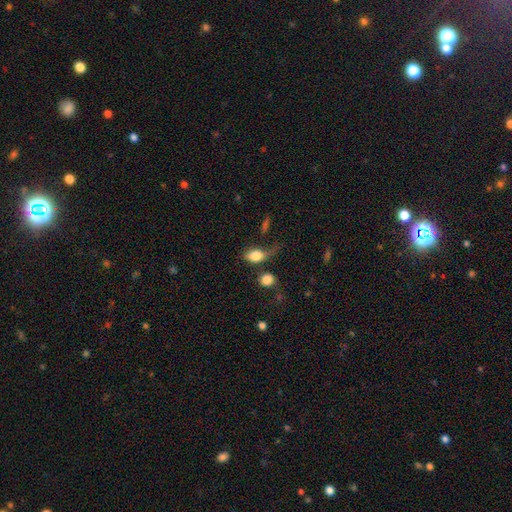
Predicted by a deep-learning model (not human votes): smooth-or-featured: smooth: 81% | featured or disk: 10% | star or artifact: 8%
  how-rounded: in between: 80% | round: 17% | cigar-shaped: 3%
  merging: none: 39% | minor disturbance: 26% | major disturbance: 22% | merger: 13%